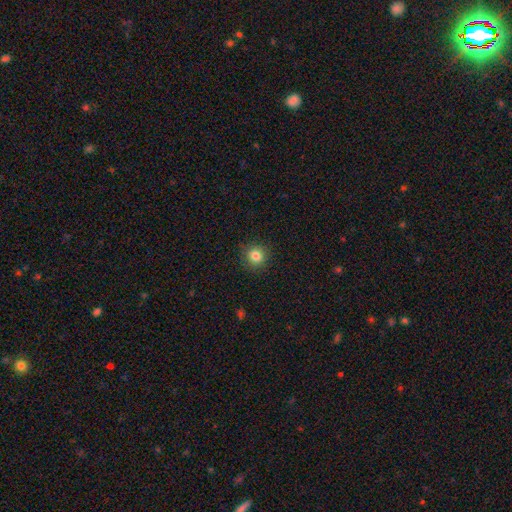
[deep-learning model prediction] Smooth or featured? Predicted: smooth (p=0.83). How rounded? Predicted: round (p=0.92). Merging? Predicted: none (p=0.90).